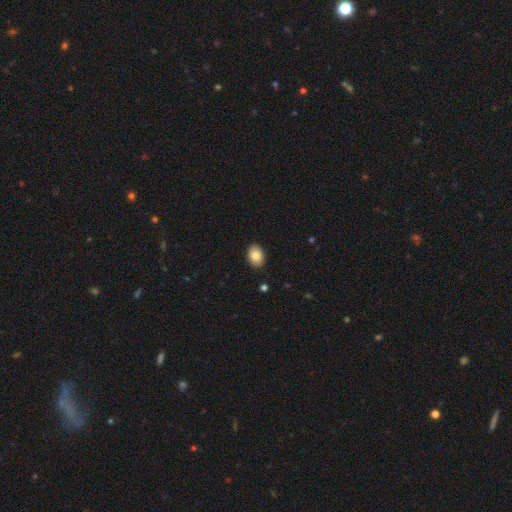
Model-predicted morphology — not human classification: smooth_or_featured: smooth (p=0.84) [alt: featured or disk p=0.09]
how_rounded: in between (p=0.81) [alt: round p=0.18]
merging: none (p=0.90) [alt: minor disturbance p=0.08]